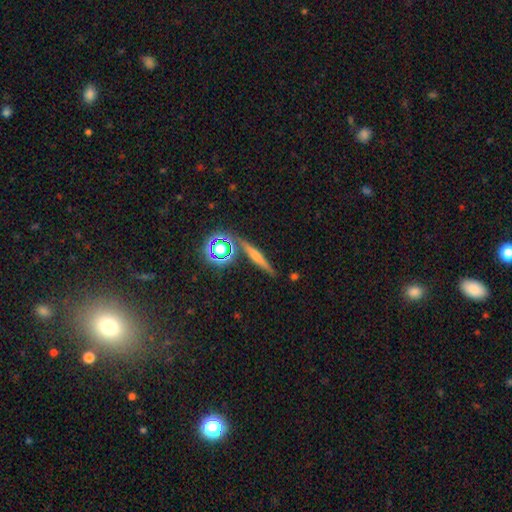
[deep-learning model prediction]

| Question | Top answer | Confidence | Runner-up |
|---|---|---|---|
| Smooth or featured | featured or disk | 44% | smooth (40%) |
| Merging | none | 83% | minor disturbance (9%) |